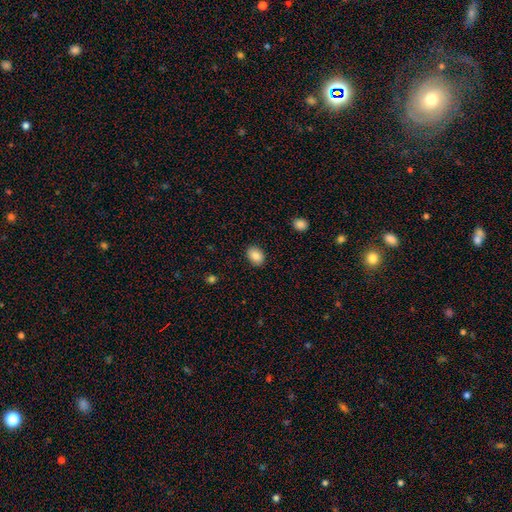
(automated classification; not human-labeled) A smooth galaxy with no disk features (87%) that is in between round and cigar-shaped (70%).

Vote fractions:
- Smooth or featured? smooth: 87% / star or artifact: 8% / featured or disk: 5%
- How rounded? in between: 70% / round: 29% / cigar-shaped: 1%
- Merging? none: 88% / minor disturbance: 8% / major disturbance: 2% / merger: 1%